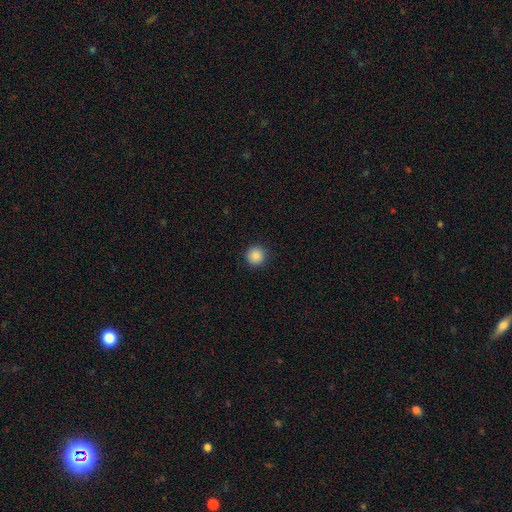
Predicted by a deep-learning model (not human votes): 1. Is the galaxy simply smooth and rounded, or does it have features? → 88% smooth, 10% star or artifact, 3% featured or disk.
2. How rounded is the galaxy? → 96% round, 3% in between, 1% cigar-shaped.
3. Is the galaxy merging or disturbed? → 93% none, 5% minor disturbance, 2% major disturbance, 1% merger.